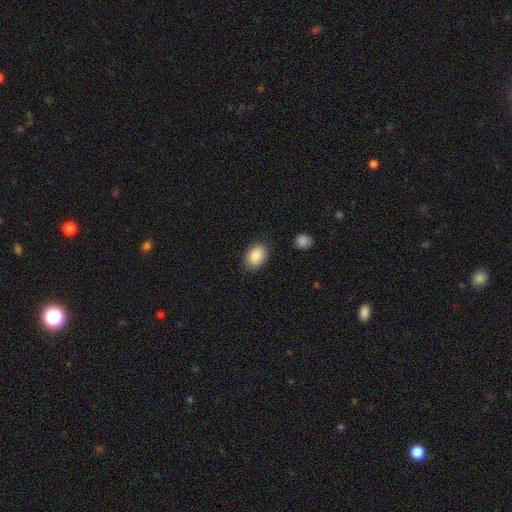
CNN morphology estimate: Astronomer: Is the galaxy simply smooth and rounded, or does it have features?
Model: smooth — 89%.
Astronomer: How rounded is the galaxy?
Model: in between — 81%.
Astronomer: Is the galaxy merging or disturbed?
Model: none — 83%.